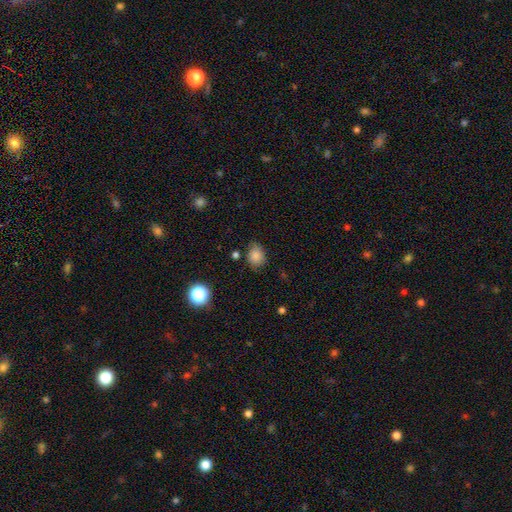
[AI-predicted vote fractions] This appears to be a smooth galaxy with no disk features (83%) that is round (50%). Merging: none (71%).